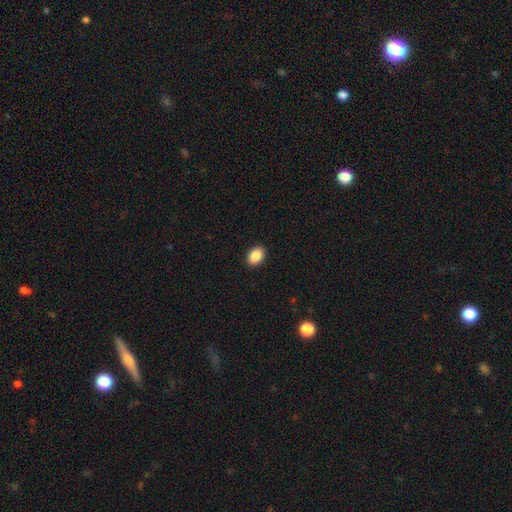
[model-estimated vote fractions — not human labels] smooth_or_featured: smooth (p=0.89) [alt: star or artifact p=0.08]
how_rounded: in between (p=0.78) [alt: round p=0.20]
merging: none (p=0.91) [alt: minor disturbance p=0.06]